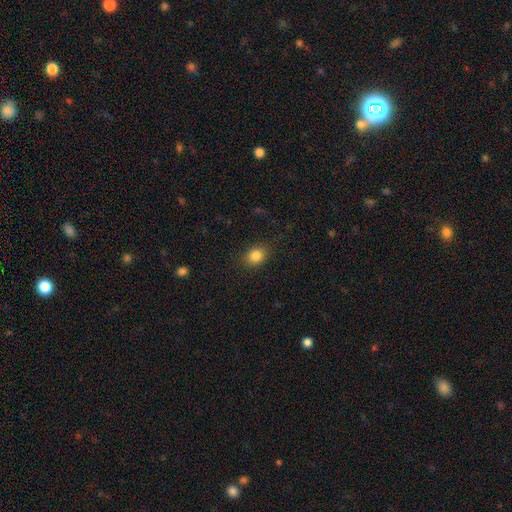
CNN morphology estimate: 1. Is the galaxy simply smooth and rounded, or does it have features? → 84% smooth, 10% star or artifact, 5% featured or disk.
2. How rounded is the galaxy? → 58% round, 41% in between, 1% cigar-shaped.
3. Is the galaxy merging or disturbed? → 85% none, 10% minor disturbance, 3% major disturbance, 1% merger.